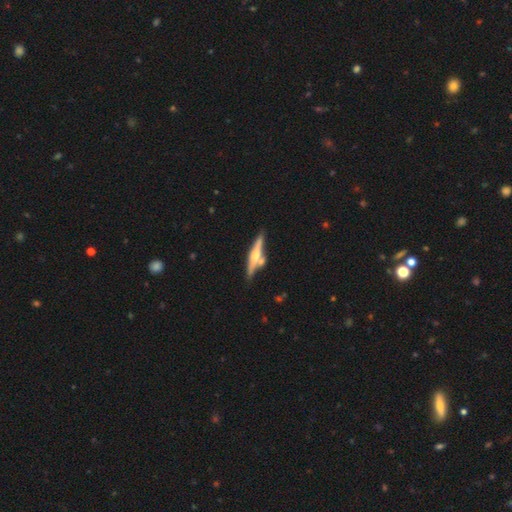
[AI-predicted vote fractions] featured or disk 64%, smooth 30%, star or artifact 6%. Down the decision tree: edge-on disk — yes (96%); edge-on bulge — rounded (79%); merging — none (69%).